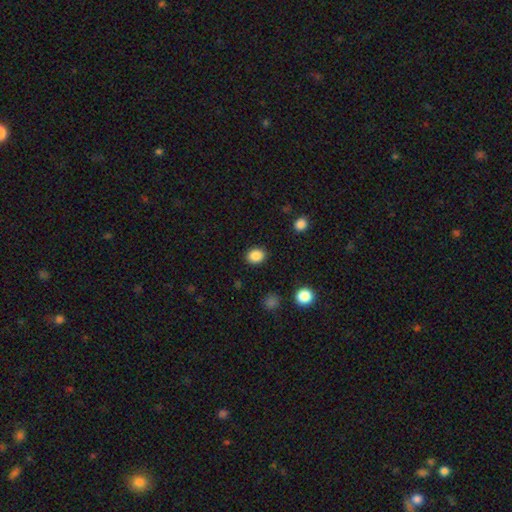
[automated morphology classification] type=smooth (87%); roundness=round (54%); merging=none (89%).